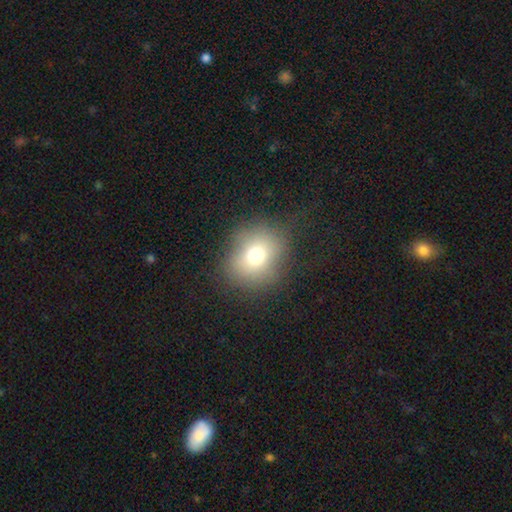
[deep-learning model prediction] A smooth galaxy with no disk features (72%) that is round (66%). Merging: none (75%).